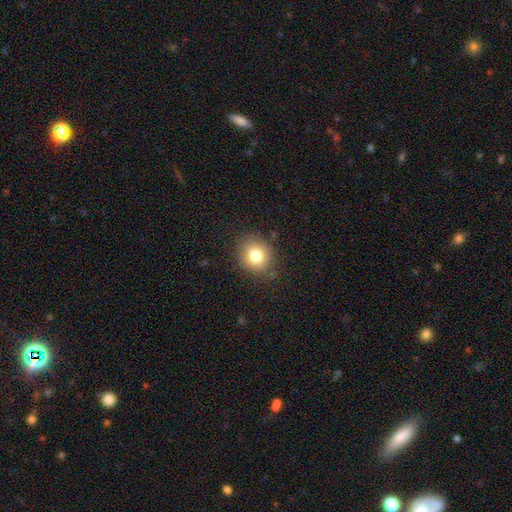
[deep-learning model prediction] Overall: smooth (79%). How rounded: round (77%). Merging: none (84%).